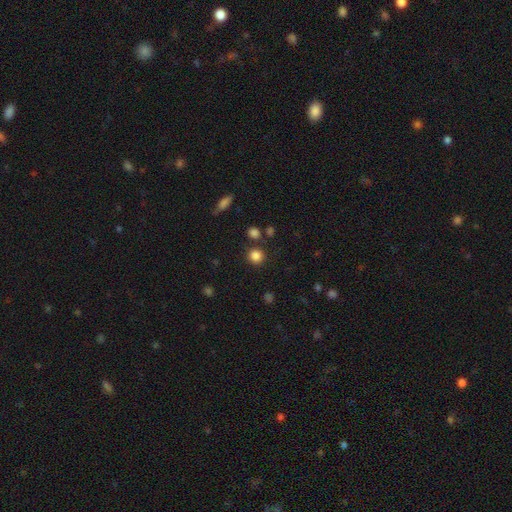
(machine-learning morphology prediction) smooth 84%, star or artifact 12%, featured or disk 4%. Down the decision tree: how rounded — round (91%); merging — none (85%).